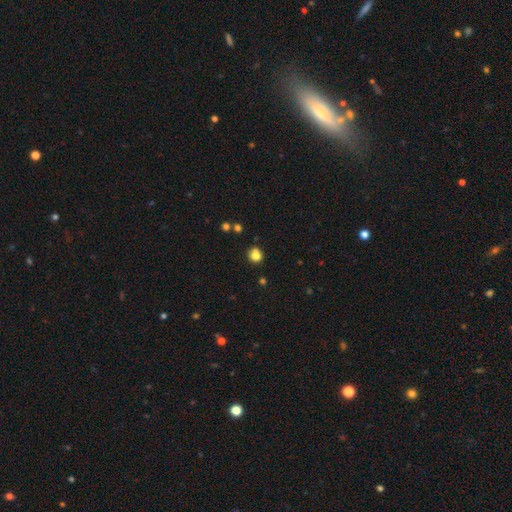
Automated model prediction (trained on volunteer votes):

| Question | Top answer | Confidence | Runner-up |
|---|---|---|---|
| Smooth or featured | smooth | 80% | star or artifact (13%) |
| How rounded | round | 81% | in between (18%) |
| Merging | none | 66% | minor disturbance (18%) |